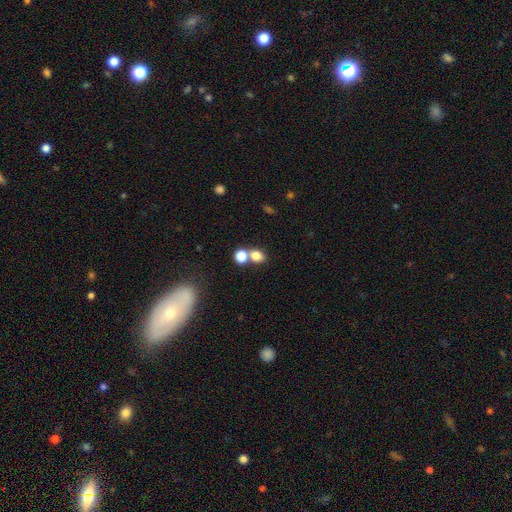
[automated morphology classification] smooth-or-featured: smooth: 78% | star or artifact: 13% | featured or disk: 8%
  how-rounded: round: 60% | in between: 39% | cigar-shaped: 1%
  merging: none: 48% | merger: 39% | minor disturbance: 8% | major disturbance: 4%